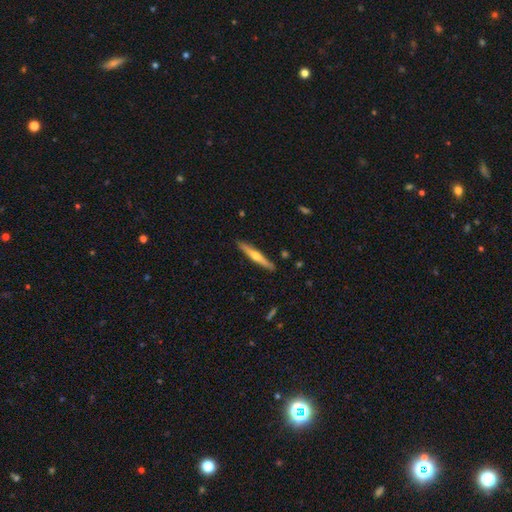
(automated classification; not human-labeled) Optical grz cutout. It shows a featured or disk galaxy (62%) viewed edge-on (97%) with a rounded central bulge (89%). Merging: none (91%).